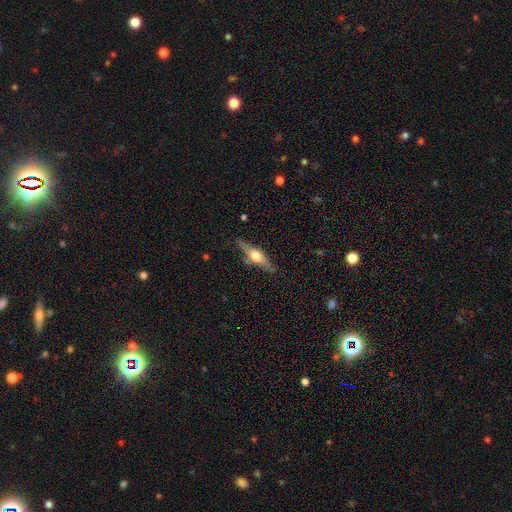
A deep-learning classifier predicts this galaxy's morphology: featured or disk 59%, smooth 35%, star or artifact 6%. Down the decision tree: edge-on disk — yes (92%); edge-on bulge — rounded (93%); merging — none (81%).